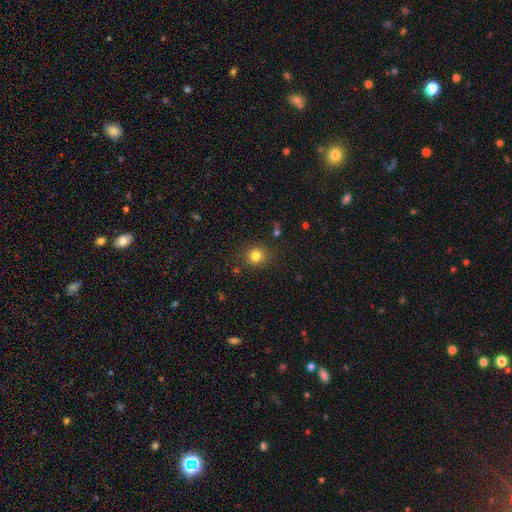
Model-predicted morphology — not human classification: This appears to be a smooth galaxy with no disk features (81%) that is round (87%). Merging: none (87%).